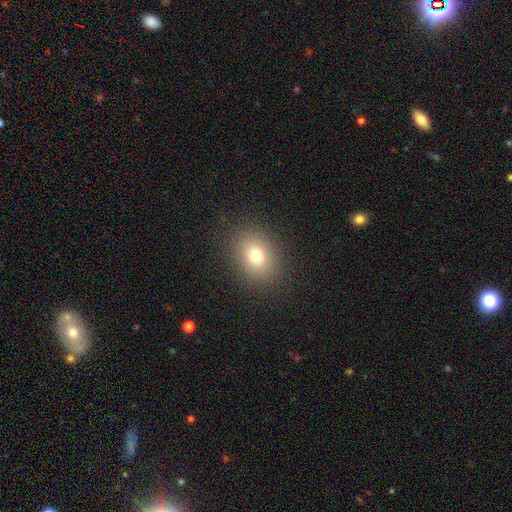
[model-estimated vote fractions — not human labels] smooth_or_featured: smooth (p=0.75) [alt: star or artifact p=0.14]
how_rounded: in between (p=0.50) [alt: round p=0.49]
merging: none (p=0.87) [alt: minor disturbance p=0.08]